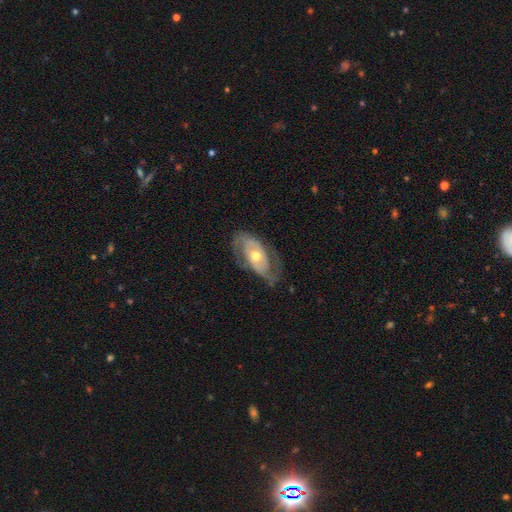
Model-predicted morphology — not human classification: type=featured or disk (77%); edge-on=no (93%); bar=no (66%); spiral arms=yes (80%); winding=tight (42%); arm count=2 (75%); bulge=moderate (69%); merging=none (67%).